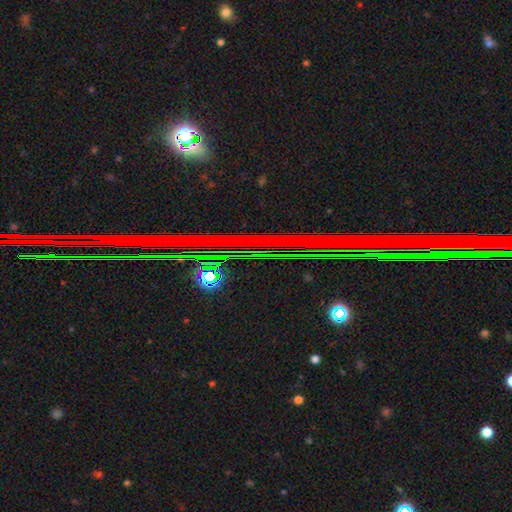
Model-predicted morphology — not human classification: Smooth or featured? Predicted: star or artifact (p=0.82).